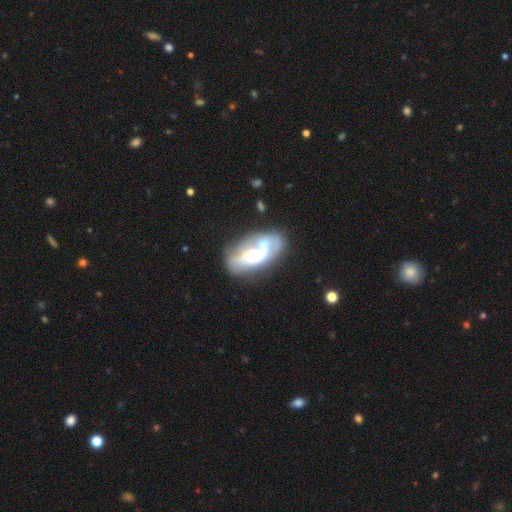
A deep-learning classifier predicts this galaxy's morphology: A featured or disk galaxy (69%) with no bar (58%), spiral arms (75%) and a moderate central bulge (50%). Merging: none (38%).